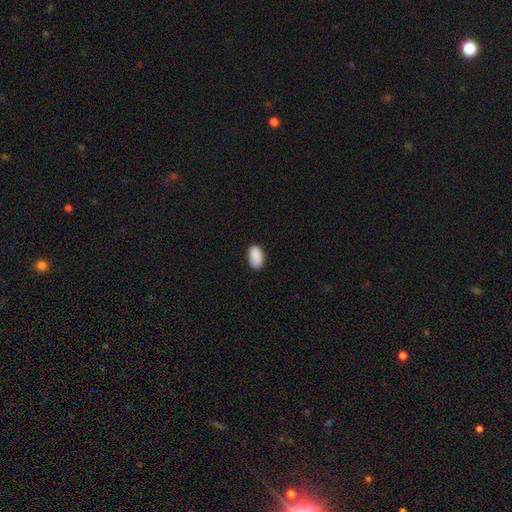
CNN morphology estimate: smooth 90%, star or artifact 7%, featured or disk 3%. Down the decision tree: how rounded — in between (93%); merging — none (84%).